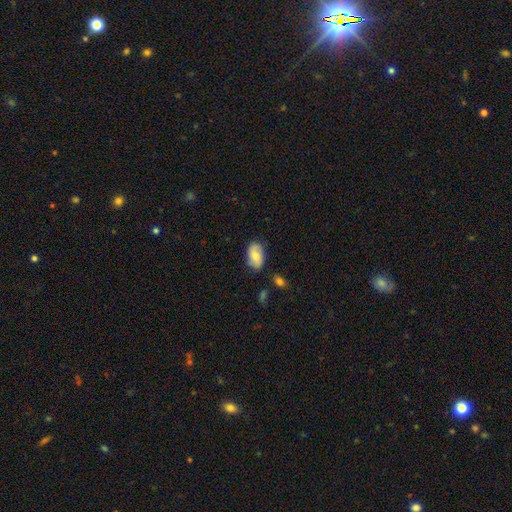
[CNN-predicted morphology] Smooth or featured? smooth (70%)
How rounded? in between (93%)
Merging? none (77%)